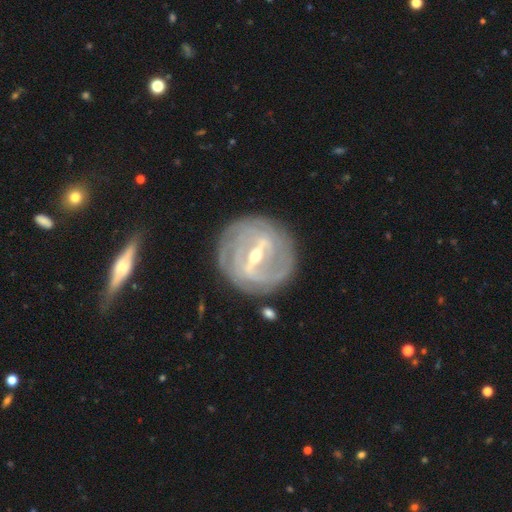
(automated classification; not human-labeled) Smooth or featured? Predicted: featured or disk (p=0.88). Edge-on disk? Predicted: no (p=0.93). Bar? Predicted: strong (p=0.71). Spiral arms? Predicted: yes (p=0.87). Spiral winding? Predicted: tight (p=0.78). Spiral arm count? Predicted: can't tell (p=0.39). Bulge size? Predicted: moderate (p=0.52). Merging? Predicted: none (p=0.83).